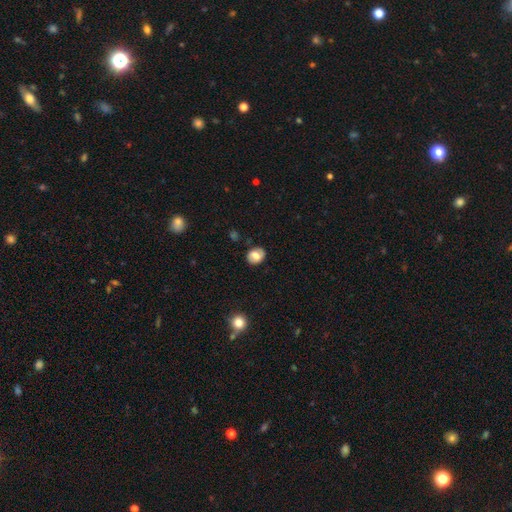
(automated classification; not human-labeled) This appears to be a smooth galaxy with no disk features (61%) that is round (53%). Merging: none (80%).